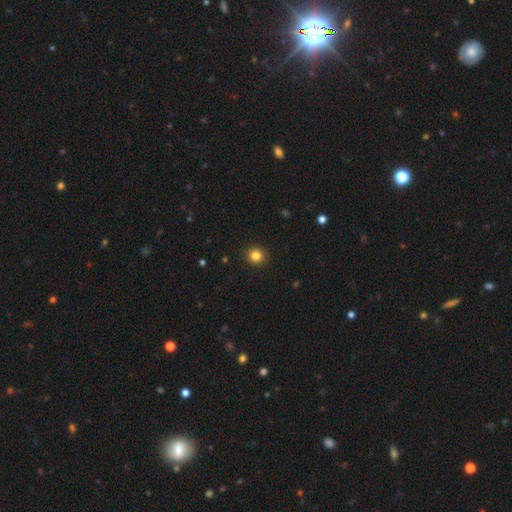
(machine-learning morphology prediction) Smooth or featured? Predicted: smooth (p=0.84). How rounded? Predicted: round (p=0.90). Merging? Predicted: none (p=0.92).